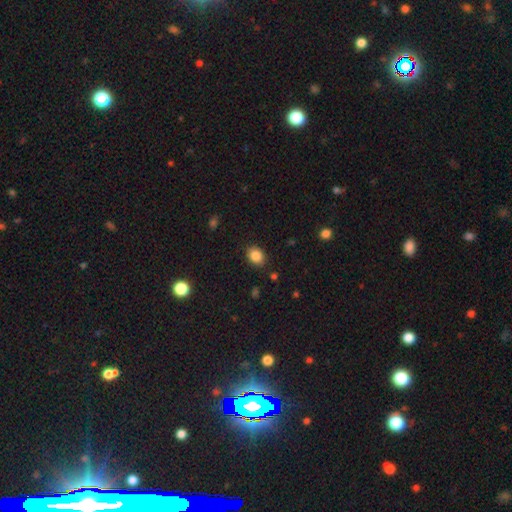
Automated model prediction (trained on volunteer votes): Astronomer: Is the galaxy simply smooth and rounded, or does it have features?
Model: smooth — 85%.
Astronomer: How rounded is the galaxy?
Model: in between — 62%.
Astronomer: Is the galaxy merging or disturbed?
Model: none — 86%.